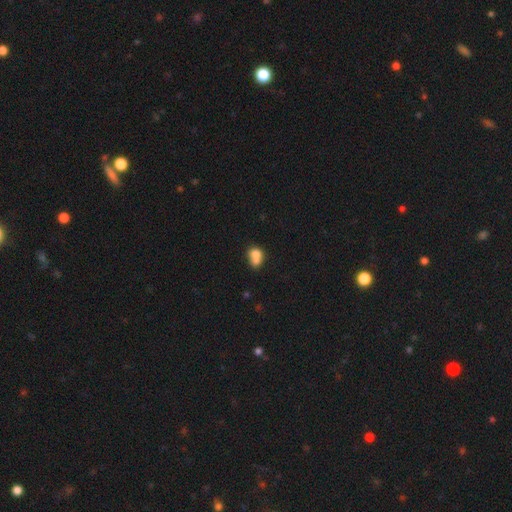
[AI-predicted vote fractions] This is likely a smooth galaxy (73%). How rounded: possibly in between (50%). Merging: possibly merger (59%).